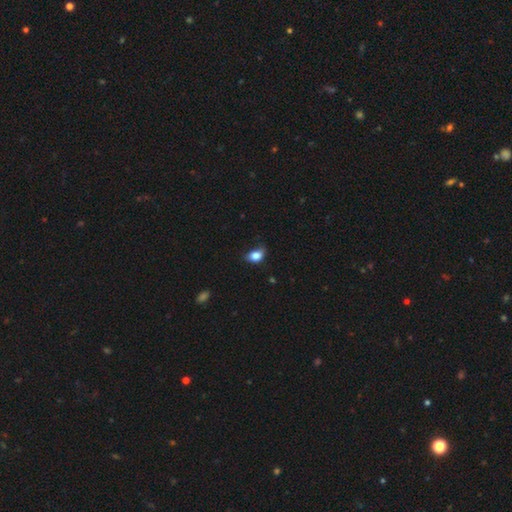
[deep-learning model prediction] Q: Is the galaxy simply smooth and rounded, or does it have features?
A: smooth — 83%.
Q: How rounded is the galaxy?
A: in between — 76%.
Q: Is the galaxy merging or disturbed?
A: none — 47%.